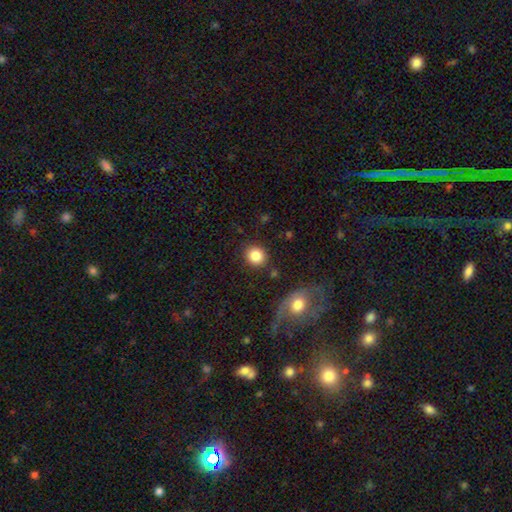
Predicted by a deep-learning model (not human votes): A smooth galaxy with no disk features (84%) that is round (81%).

Vote fractions:
- Smooth or featured? smooth: 84% / star or artifact: 9% / featured or disk: 7%
- How rounded? round: 81% / in between: 18% / cigar-shaped: 1%
- Merging? none: 85% / minor disturbance: 8% / merger: 4% / major disturbance: 3%